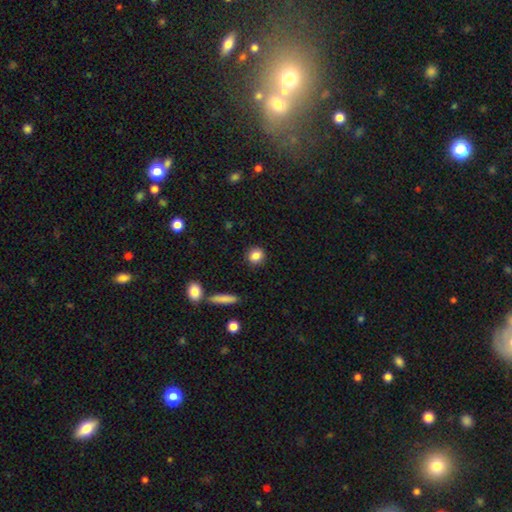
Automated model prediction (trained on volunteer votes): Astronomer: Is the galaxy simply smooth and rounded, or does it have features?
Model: smooth — 85%.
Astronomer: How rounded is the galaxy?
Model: round — 77%.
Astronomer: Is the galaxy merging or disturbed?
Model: none — 89%.